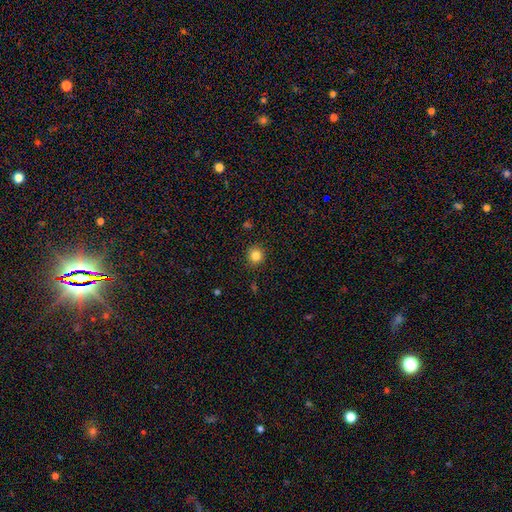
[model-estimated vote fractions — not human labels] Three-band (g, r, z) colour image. It shows a smooth galaxy with no disk features (83%) that is round (92%). Merging: none (91%).